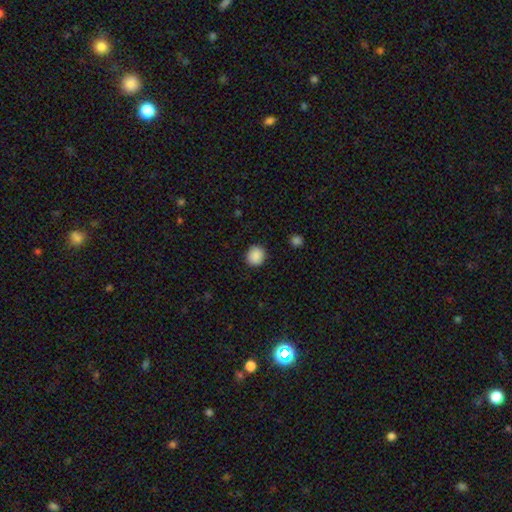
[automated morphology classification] Overall: smooth (89%). How rounded: round (86%). Merging: none (91%).